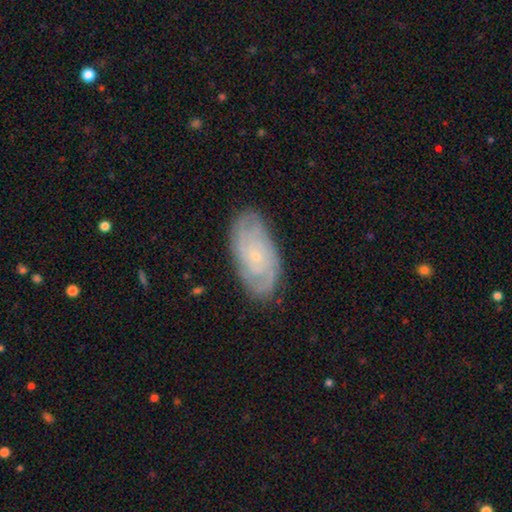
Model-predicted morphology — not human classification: smooth-or-featured: featured or disk: 76% | smooth: 17% | star or artifact: 7%
  disk-edge-on: no: 95% | yes: 5%
    bar: no: 78% | weak: 19% | strong: 3%
    has-spiral-arms: yes: 93% | no: 7%
      spiral-winding: tight: 70% | medium: 24% | loose: 6%
      spiral-arm-count: can't tell: 41% | 2: 22% | 3: 16% | 4: 11% | more than 4: 6% | 1: 5%
    bulge-size: small: 84% | moderate: 12% | none: 3% | large: 1% | dominant: 1%
  merging: none: 81% | minor disturbance: 15% | major disturbance: 3% | merger: 1%